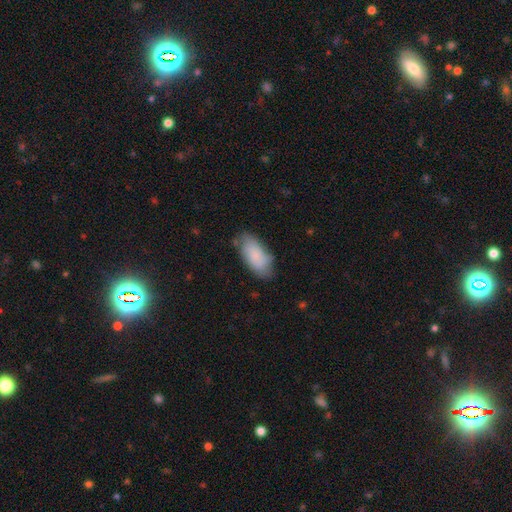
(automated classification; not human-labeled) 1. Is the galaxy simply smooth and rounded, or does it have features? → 79% smooth, 15% featured or disk, 6% star or artifact.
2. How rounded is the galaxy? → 91% in between, 7% cigar-shaped, 2% round.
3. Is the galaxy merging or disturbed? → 70% none, 23% minor disturbance, 5% major disturbance, 2% merger.